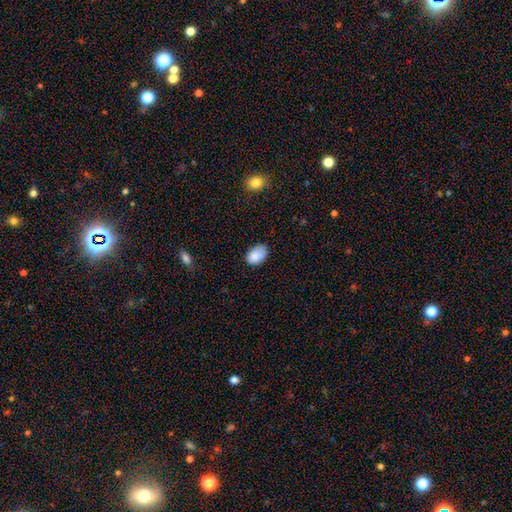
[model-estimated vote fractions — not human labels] smooth 87%, star or artifact 8%, featured or disk 6%. Down the decision tree: how rounded — in between (88%); merging — none (69%).